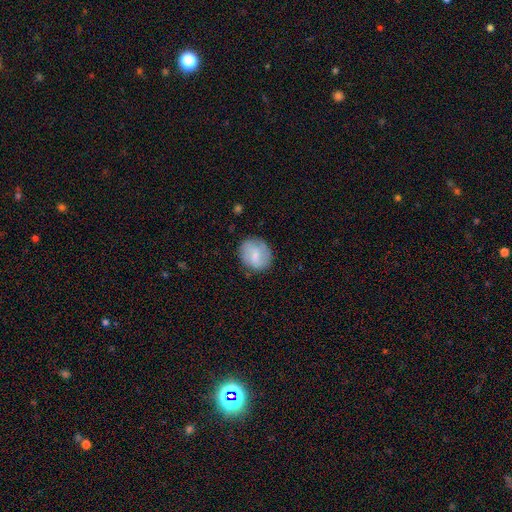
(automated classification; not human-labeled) Smooth or featured? smooth (61%)
How rounded? round (70%)
Merging? none (77%)